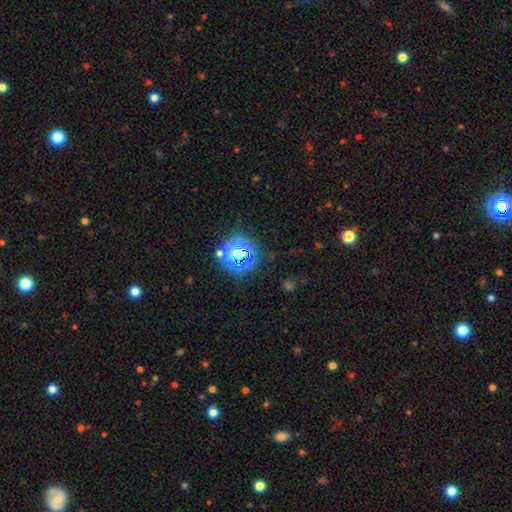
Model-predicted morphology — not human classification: smooth_or_featured: star or artifact (p=0.72) [alt: smooth p=0.20]